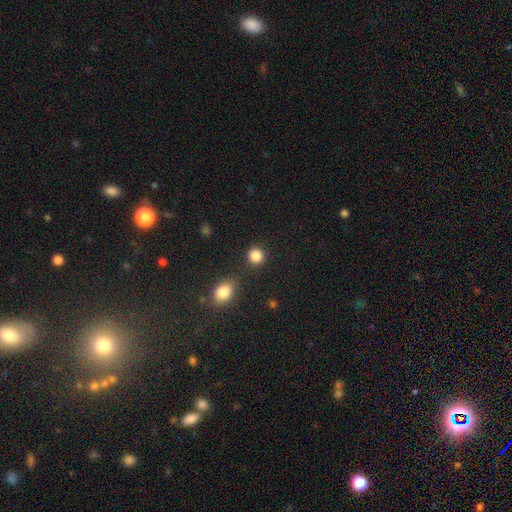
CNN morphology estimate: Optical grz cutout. It shows a smooth galaxy with no disk features (87%) that is round (87%). Merging: none (84%).